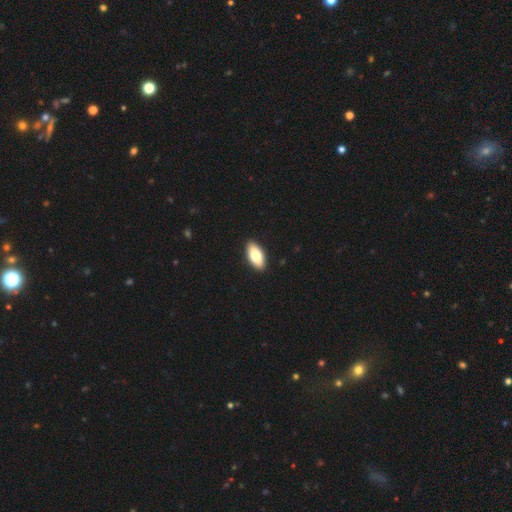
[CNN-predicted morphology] A smooth galaxy with no disk features (77%) that is in between round and cigar-shaped (91%).

Vote fractions:
- Smooth or featured? smooth: 77% / featured or disk: 16% / star or artifact: 6%
- How rounded? in between: 91% / cigar-shaped: 6% / round: 3%
- Merging? none: 91% / minor disturbance: 6% / major disturbance: 1% / merger: 1%